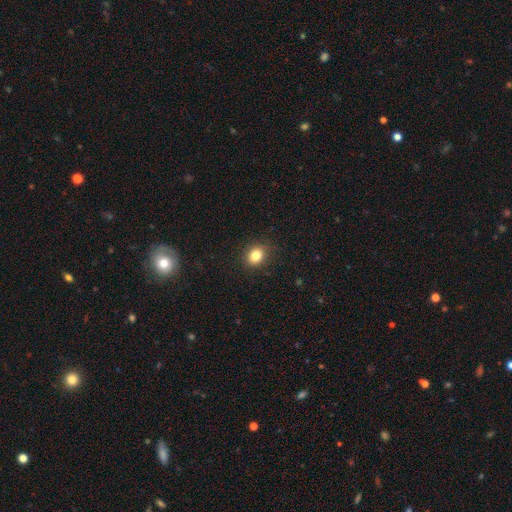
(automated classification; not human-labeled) Overall: smooth (83%). How rounded: round (58%; in between 41%). Merging: none (89%).